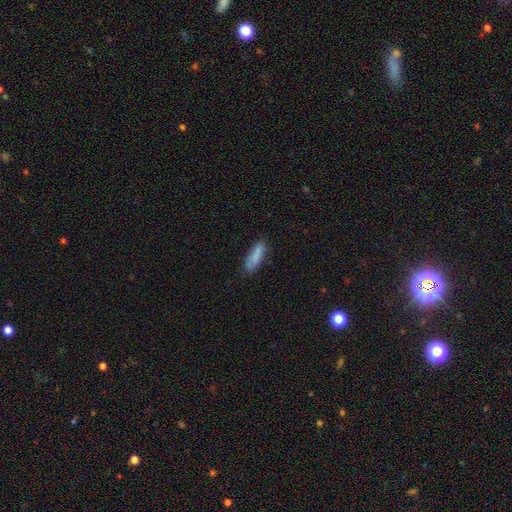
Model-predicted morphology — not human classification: Smooth or featured: smooth — 84% (featured or disk — 9%)
How rounded: in between — 50% (cigar-shaped — 48%)
Merging: none — 74% (minor disturbance — 20%)